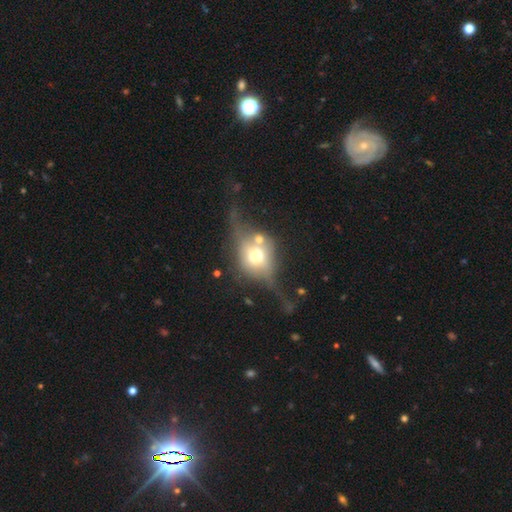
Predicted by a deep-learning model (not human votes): Overall: featured or disk (60%; smooth 31%). Edge-on disk: yes (65%; no 35%). Merging: none (43%; major disturbance 24%).